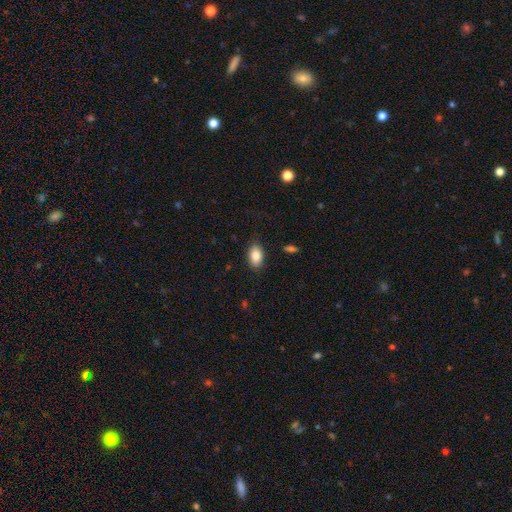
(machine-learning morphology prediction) Overall: smooth (85%). How rounded: in between (91%). Merging: none (85%).